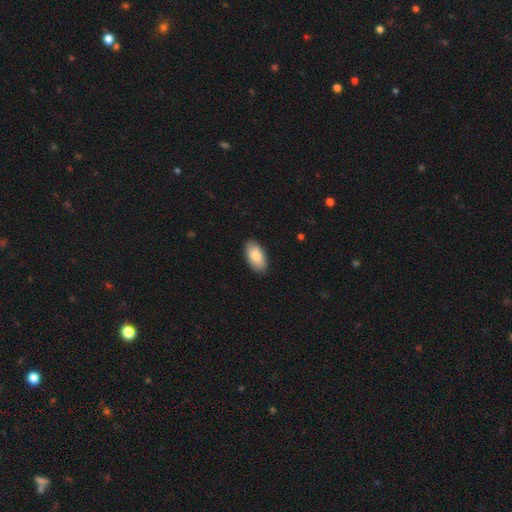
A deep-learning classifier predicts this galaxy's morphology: This is clearly a smooth galaxy (87%). How rounded: clearly in between (95%). Merging: clearly none (88%).